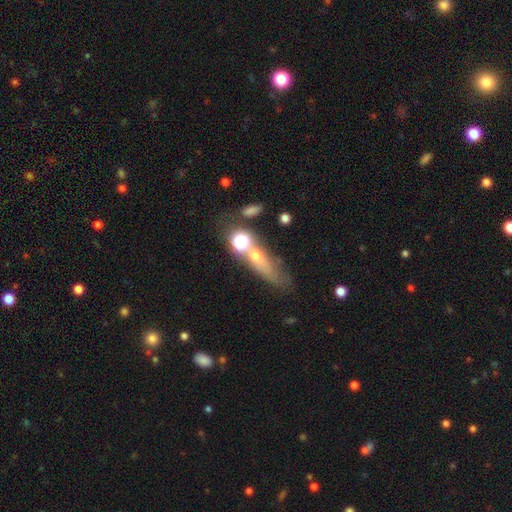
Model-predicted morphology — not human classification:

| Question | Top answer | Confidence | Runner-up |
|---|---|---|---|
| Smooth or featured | smooth | 48% | featured or disk (34%) |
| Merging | none | 45% | merger (23%) |